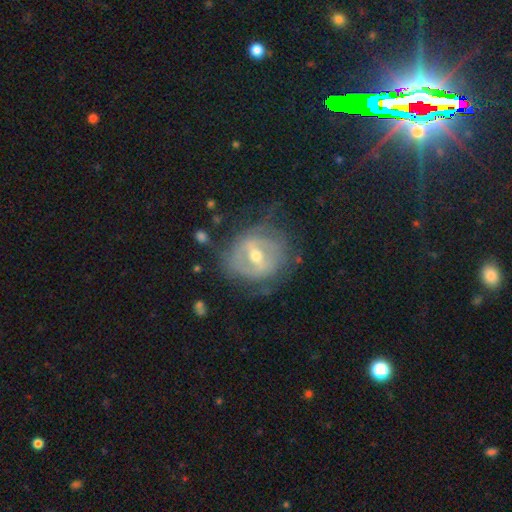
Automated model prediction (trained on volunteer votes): This appears to be a featured or disk galaxy (78%) with a strong bar (45%), spiral arms (60%) and a moderate central bulge (69%). Merging: none (62%).